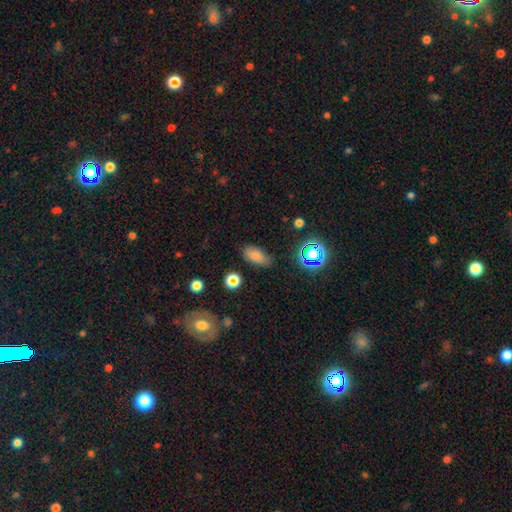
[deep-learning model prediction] Q: Smooth or featured?
A: smooth (80%); runner-up: star or artifact (13%)
Q: How rounded?
A: in between (84%); runner-up: cigar-shaped (9%)
Q: Merging?
A: none (79%); runner-up: minor disturbance (15%)